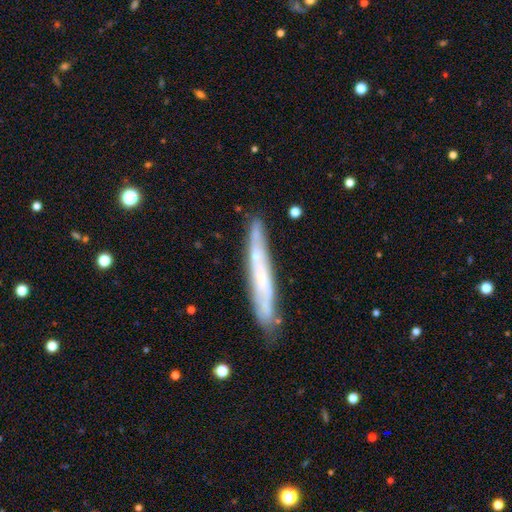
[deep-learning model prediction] This appears to be a featured or disk galaxy (54%) viewed edge-on (76%). Merging: none (78%).